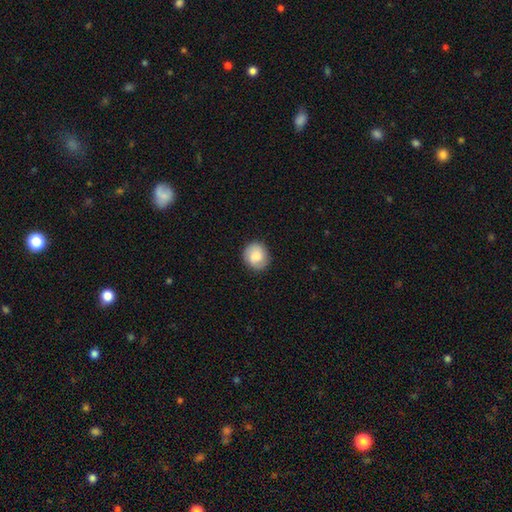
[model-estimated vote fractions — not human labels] This is likely a smooth galaxy (72%). How rounded: clearly round (83%). Merging: clearly none (85%).